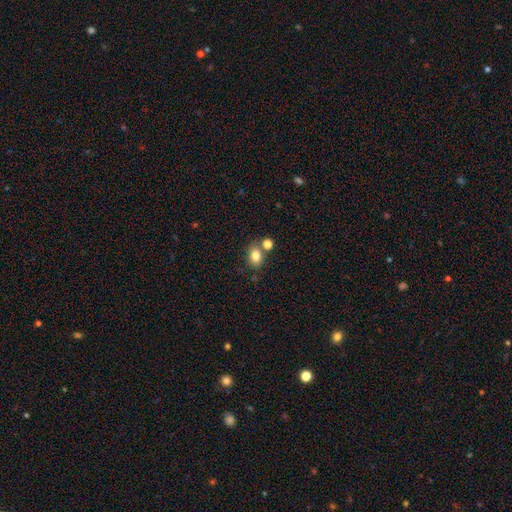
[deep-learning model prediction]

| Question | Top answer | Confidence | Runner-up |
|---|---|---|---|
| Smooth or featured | smooth | 82% | star or artifact (11%) |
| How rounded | in between | 72% | round (26%) |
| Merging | none | 66% | merger (19%) |